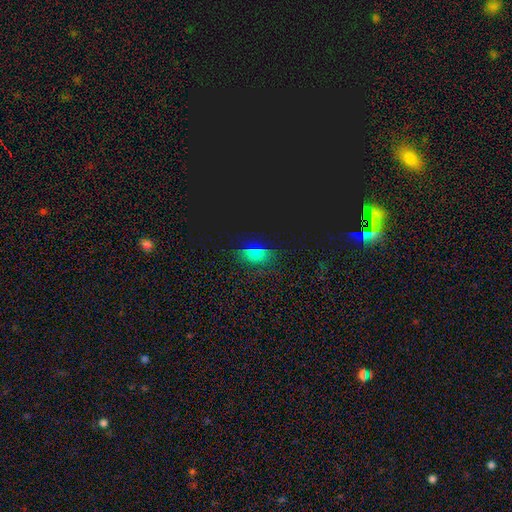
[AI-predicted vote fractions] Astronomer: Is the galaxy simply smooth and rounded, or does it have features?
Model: smooth — 51% (runner-up: star or artifact, 40%).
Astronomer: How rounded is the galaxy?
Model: in between — 75%.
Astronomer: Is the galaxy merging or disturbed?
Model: none — 81%.